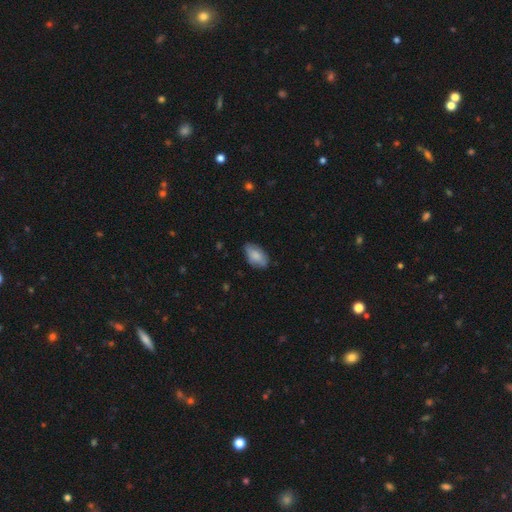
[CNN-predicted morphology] Smooth or featured?
  - smooth: 76% *
  - featured or disk: 17%
  - star or artifact: 7%
How rounded?
  - in between: 92% *
  - round: 5%
  - cigar-shaped: 3%
Merging?
  - none: 72% *
  - minor disturbance: 22%
  - major disturbance: 4%
  - merger: 1%